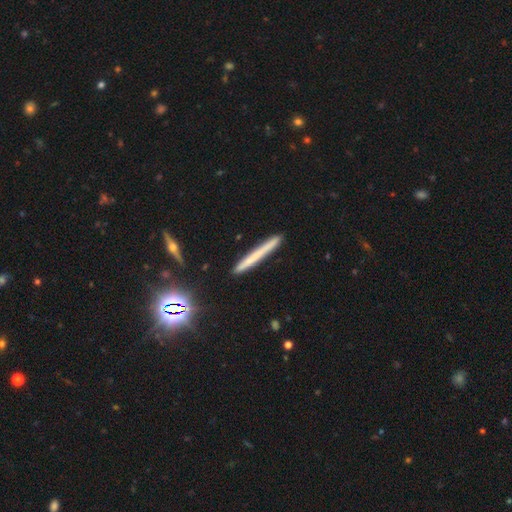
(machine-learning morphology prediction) Smooth or featured?
  - smooth: 54% *
  - featured or disk: 35%
  - star or artifact: 11%
How rounded?
  - cigar-shaped: 97% *
  - in between: 2%
  - round: 2%
Merging?
  - none: 90% *
  - minor disturbance: 7%
  - merger: 1%
  - major disturbance: 1%